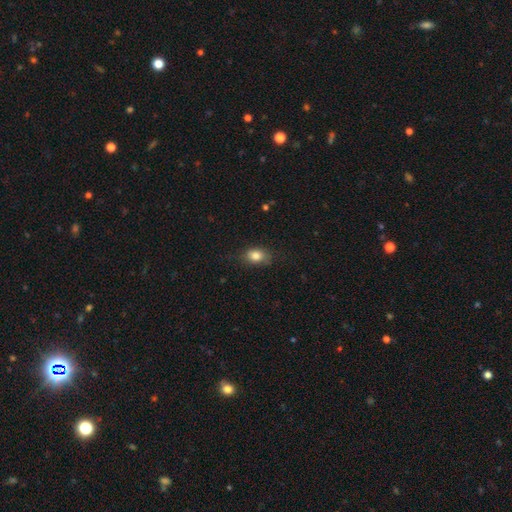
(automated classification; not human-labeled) smooth 83%, star or artifact 9%, featured or disk 8%. Down the decision tree: how rounded — in between (69%); merging — none (72%).